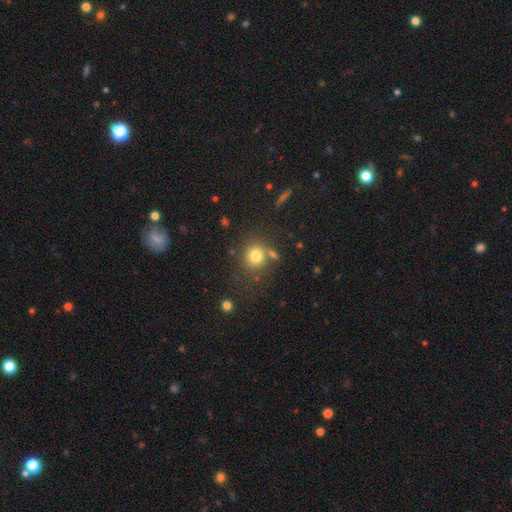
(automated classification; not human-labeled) Q: Smooth or featured?
A: smooth (78%); runner-up: star or artifact (13%)
Q: How rounded?
A: round (84%); runner-up: in between (15%)
Q: Merging?
A: none (70%); runner-up: merger (13%)